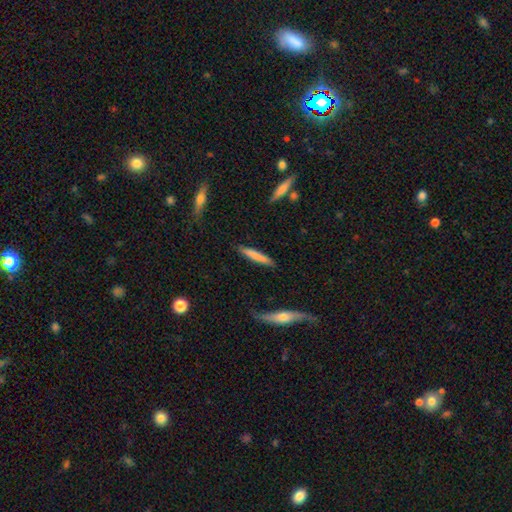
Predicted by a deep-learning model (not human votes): smooth_or_featured: smooth (p=0.75) [alt: featured or disk p=0.19]
how_rounded: cigar-shaped (p=0.92) [alt: in between p=0.07]
merging: none (p=0.86) [alt: minor disturbance p=0.10]